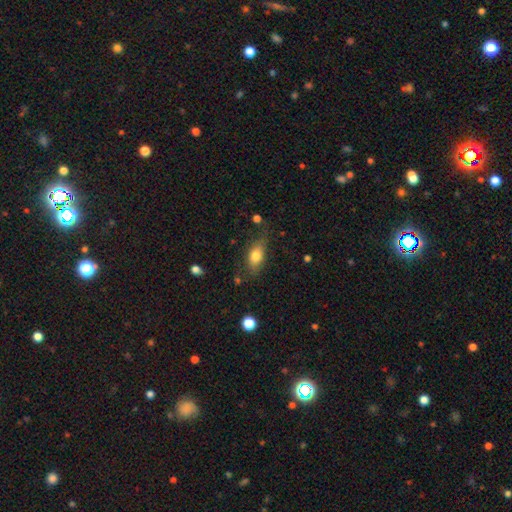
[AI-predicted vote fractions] smooth_or_featured: smooth (p=0.77) [alt: featured or disk p=0.15]
how_rounded: in between (p=0.82) [alt: cigar-shaped p=0.11]
merging: none (p=0.68) [alt: minor disturbance p=0.22]